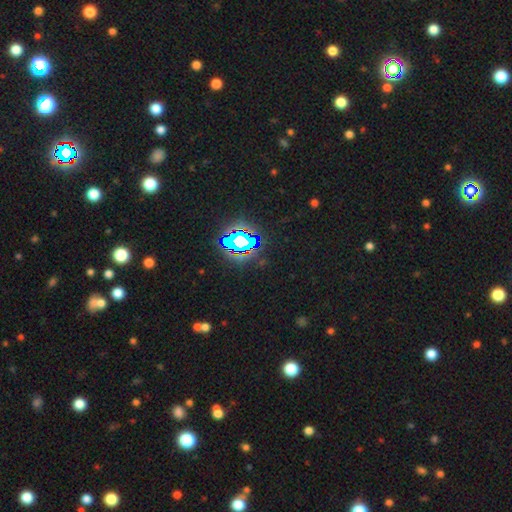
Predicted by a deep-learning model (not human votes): A star or artifact, not a galaxy (79%).

Vote fractions:
- Smooth or featured? star or artifact: 79% / smooth: 13% / featured or disk: 8%